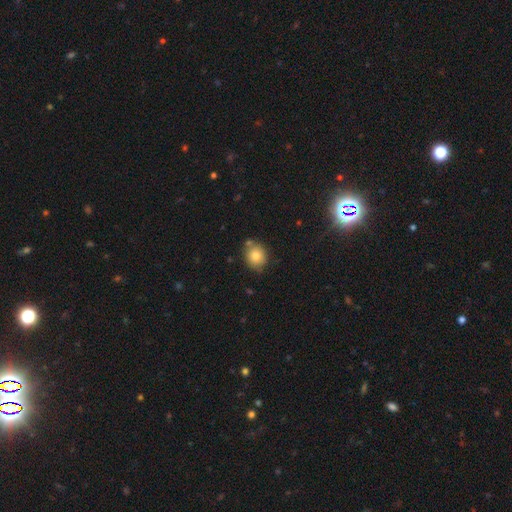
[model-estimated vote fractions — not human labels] A smooth galaxy with no disk features (79%) that is round (71%). Merging: none (76%).